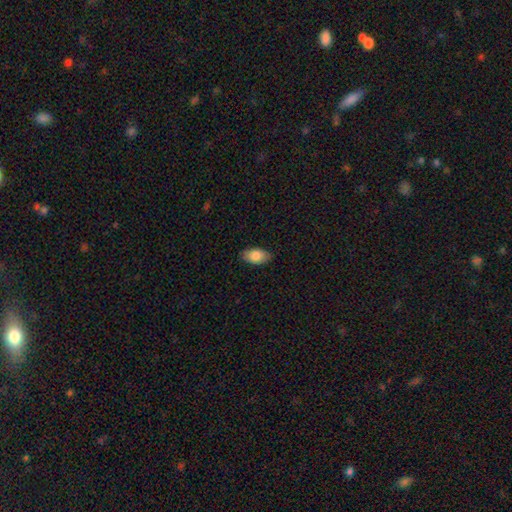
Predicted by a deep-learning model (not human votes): Smooth or featured: smooth — 83% (featured or disk — 10%)
How rounded: in between — 93% (round — 4%)
Merging: none — 85% (minor disturbance — 12%)